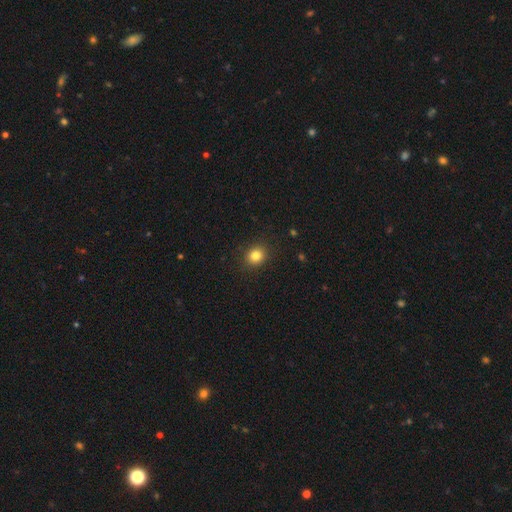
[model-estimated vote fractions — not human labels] smooth-or-featured: smooth: 83% | star or artifact: 11% | featured or disk: 5%
  how-rounded: round: 72% | in between: 27% | cigar-shaped: 1%
  merging: none: 89% | minor disturbance: 7% | major disturbance: 2% | merger: 1%